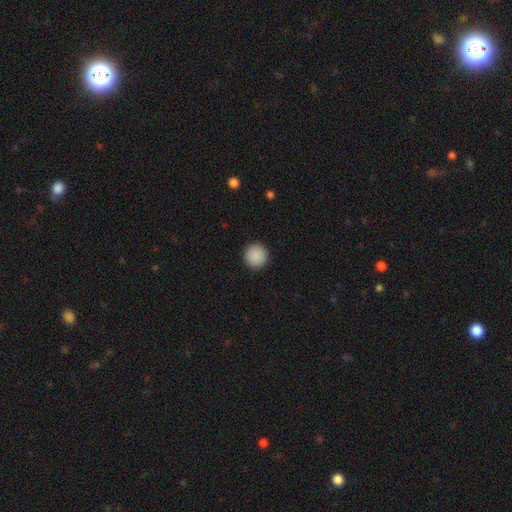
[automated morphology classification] type=smooth (90%); roundness=round (96%); merging=none (93%).